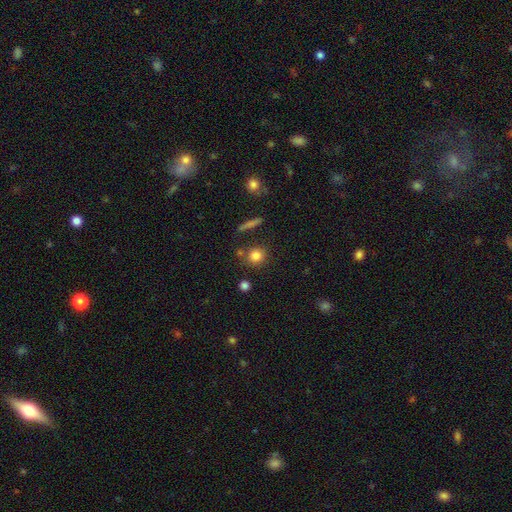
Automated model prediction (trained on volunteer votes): Morphology: type=smooth (82%); roundness=round (86%); merging=none (79%).